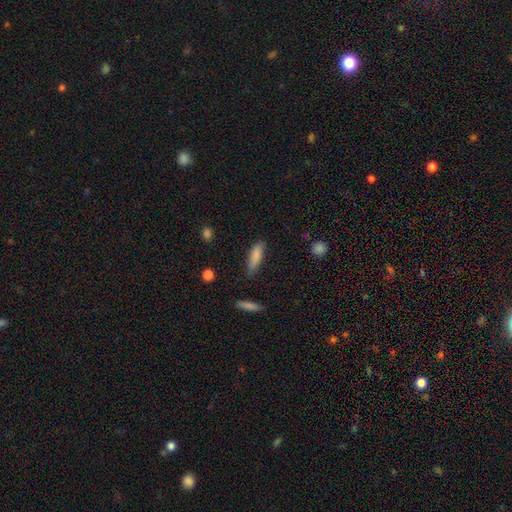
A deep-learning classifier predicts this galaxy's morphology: type=smooth (84%); roundness=cigar-shaped (59%); merging=none (77%).